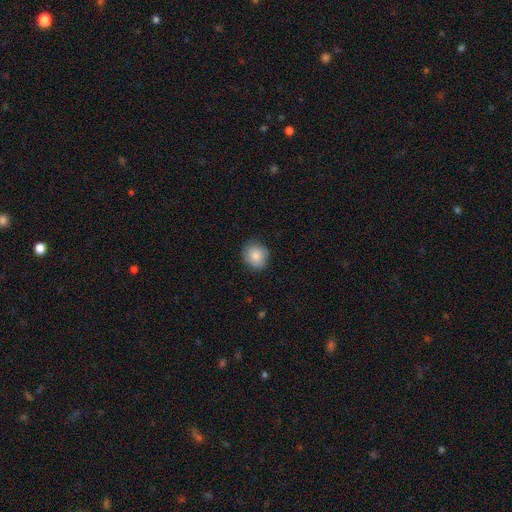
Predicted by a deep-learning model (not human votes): The model was most divided on "how rounded": round: 79%, in between: 20%, cigar-shaped: 1%. More confident: smooth or featured — smooth (85%); merging — none (85%).